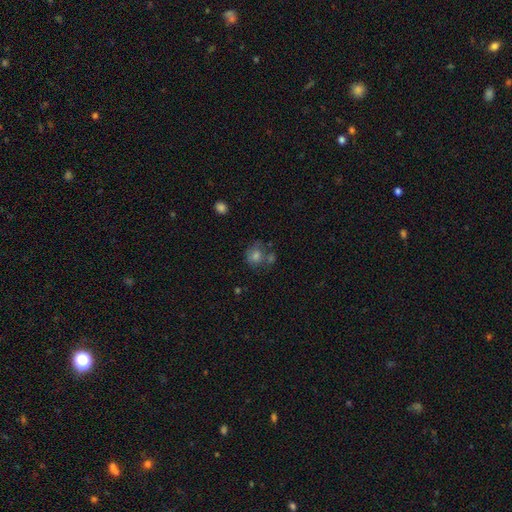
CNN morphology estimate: The model was most divided on "merging": none: 53%, merger: 22%, minor disturbance: 17%, major disturbance: 9%. More confident: how rounded — round (77%); smooth or featured — smooth (63%).